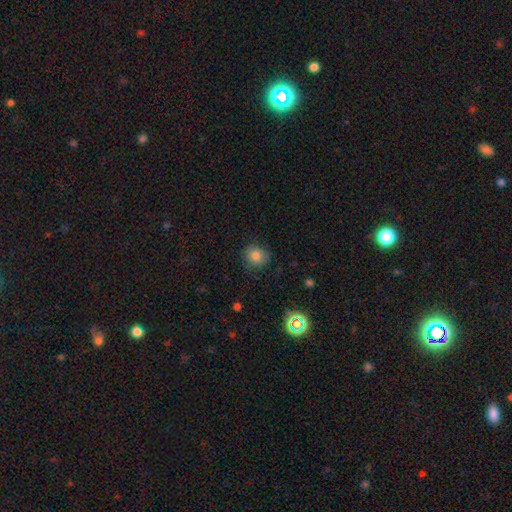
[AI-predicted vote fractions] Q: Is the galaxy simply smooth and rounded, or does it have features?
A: smooth — 81%.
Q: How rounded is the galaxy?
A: round — 86%.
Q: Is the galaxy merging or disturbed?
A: none — 82%.